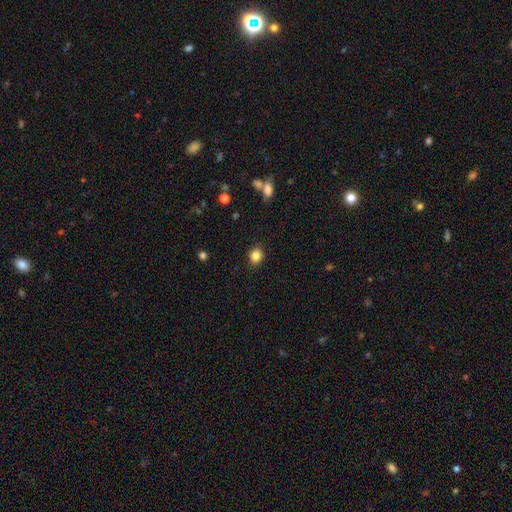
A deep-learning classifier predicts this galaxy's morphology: The model was most divided on "how rounded": round: 63%, in between: 36%, cigar-shaped: 1%. More confident: merging — none (89%); smooth or featured — smooth (84%).